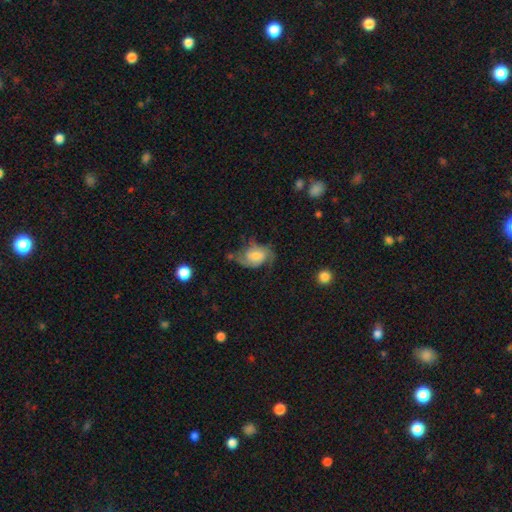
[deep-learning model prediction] Smooth or featured: featured or disk — 63% (smooth — 29%)
Edge-on disk: no — 97% (yes — 3%)
Bar: no — 51% (weak — 40%)
Spiral arms: yes — 89% (no — 11%)
Spiral winding: medium — 47% (loose — 30%)
Spiral arm count: 2 — 76% (can't tell — 11%)
Bulge size: moderate — 36% (small — 31%)
Merging: none — 48% (minor disturbance — 27%)